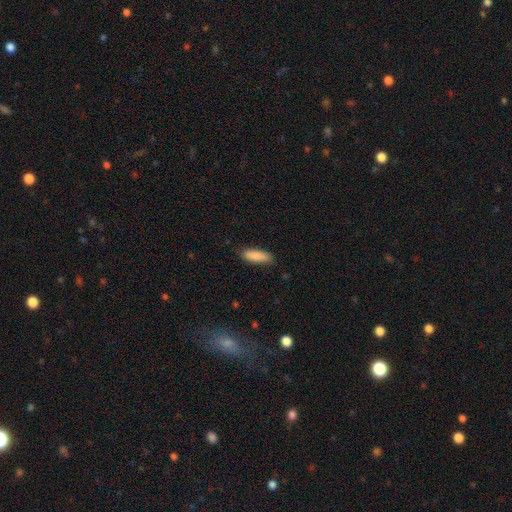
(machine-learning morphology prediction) type=smooth (88%); roundness=in between (62%); merging=none (83%).